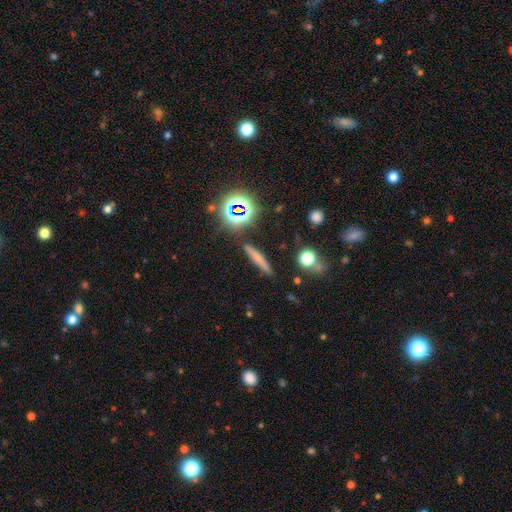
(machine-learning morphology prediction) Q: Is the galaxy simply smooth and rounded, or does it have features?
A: smooth — 54%.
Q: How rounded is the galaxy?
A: cigar-shaped — 84%.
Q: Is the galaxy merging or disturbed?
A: none — 87%.